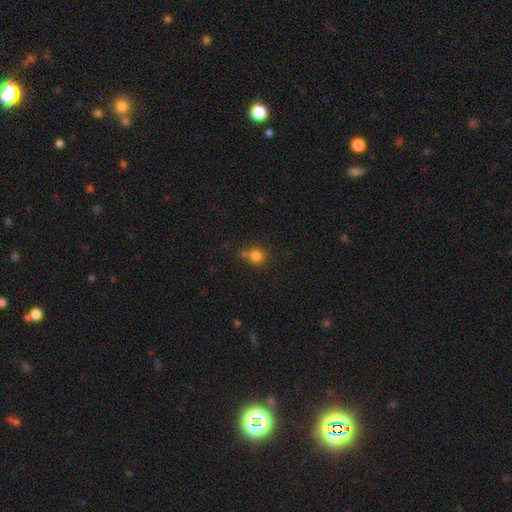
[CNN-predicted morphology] type=smooth (79%); roundness=round (86%); merging=none (62%).